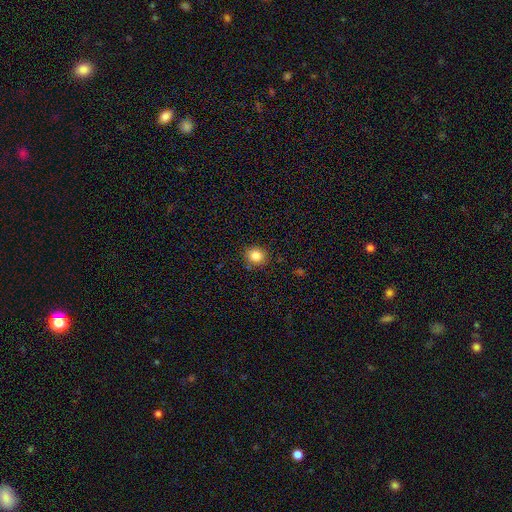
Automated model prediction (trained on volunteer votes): Smooth or featured? Predicted: smooth (p=0.84). How rounded? Predicted: round (p=0.83). Merging? Predicted: none (p=0.87).